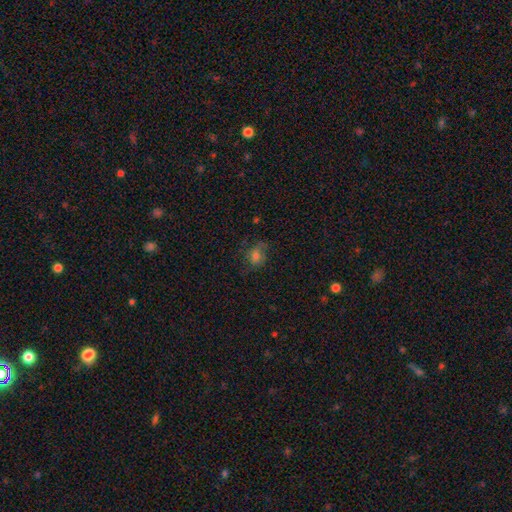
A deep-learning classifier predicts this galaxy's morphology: Overall: smooth (64%). How rounded: round (49%, tied with in between). Merging: none (59%; minor disturbance 24%).